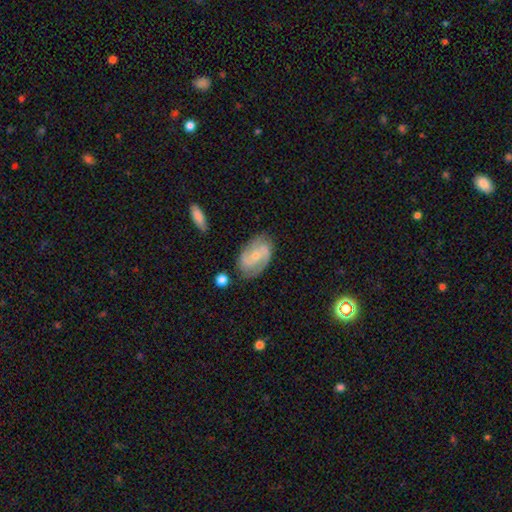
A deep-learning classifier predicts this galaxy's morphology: Smooth or featured?
  - featured or disk: 79% *
  - smooth: 16%
  - star or artifact: 6%
Edge-on disk?
  - no: 96% *
  - yes: 4%
Bar?
  - no: 45% *
  - weak: 41%
  - strong: 14%
Spiral arms?
  - yes: 94% *
  - no: 6%
Spiral winding?
  - medium: 47% *
  - tight: 29%
  - loose: 23%
Spiral arm count?
  - 2: 85% *
  - can't tell: 7%
  - 3: 4%
  - 1: 2%
  - 4: 1%
  - more than 4: 1%
Bulge size?
  - small: 63% *
  - moderate: 32%
  - none: 3%
  - large: 1%
  - dominant: 1%
Merging?
  - none: 76% *
  - minor disturbance: 17%
  - major disturbance: 5%
  - merger: 2%